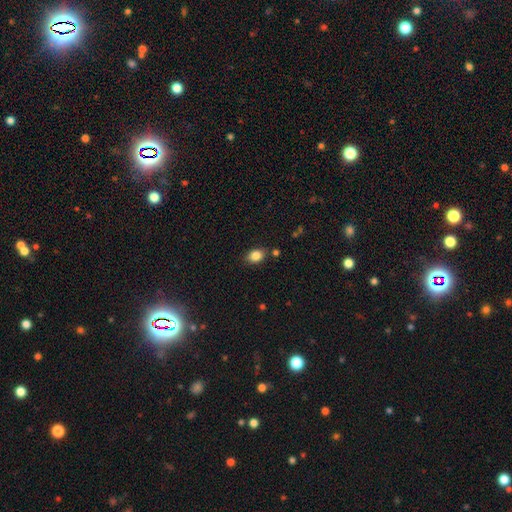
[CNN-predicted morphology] Smooth or featured? smooth (85%)
How rounded? in between (77%)
Merging? none (82%)